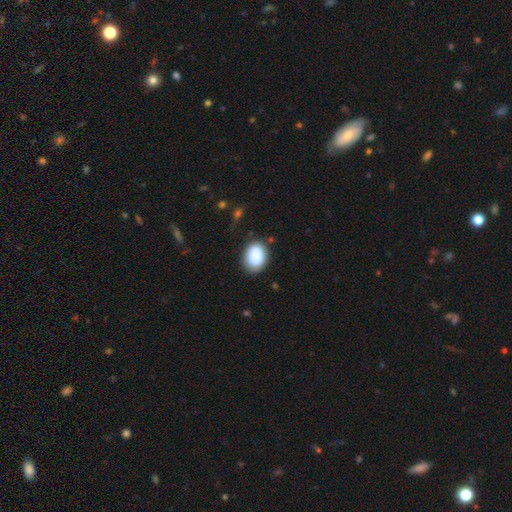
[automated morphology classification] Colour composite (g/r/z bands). It shows a smooth galaxy with no disk features (88%) that is in between round and cigar-shaped (68%). Merging: none (79%).